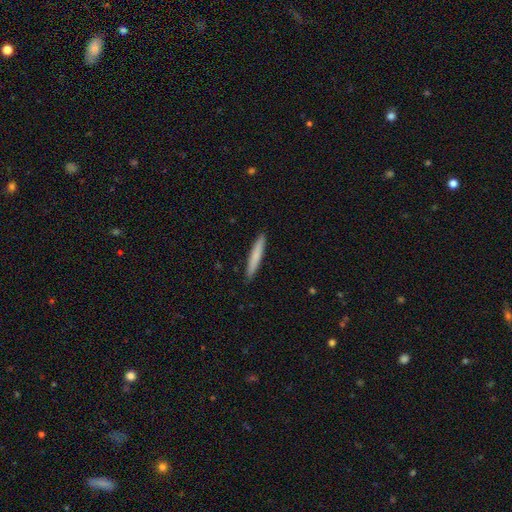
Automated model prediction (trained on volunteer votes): Q: Smooth or featured?
A: smooth (76%); runner-up: featured or disk (19%)
Q: How rounded?
A: cigar-shaped (95%); runner-up: in between (4%)
Q: Merging?
A: none (91%); runner-up: minor disturbance (6%)